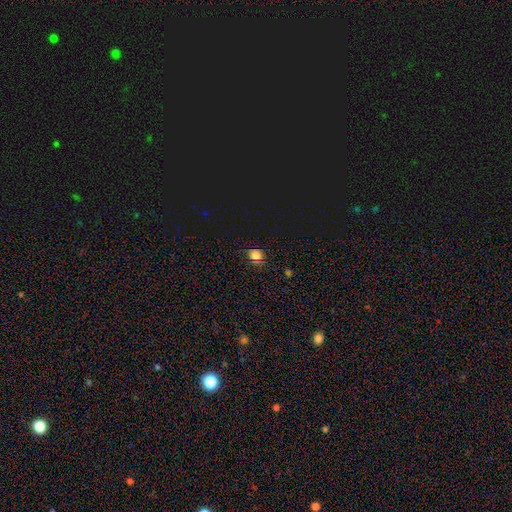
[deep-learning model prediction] Q: Smooth or featured?
A: smooth (72%); runner-up: star or artifact (23%)
Q: How rounded?
A: round (72%); runner-up: in between (27%)
Q: Merging?
A: none (83%); runner-up: minor disturbance (12%)